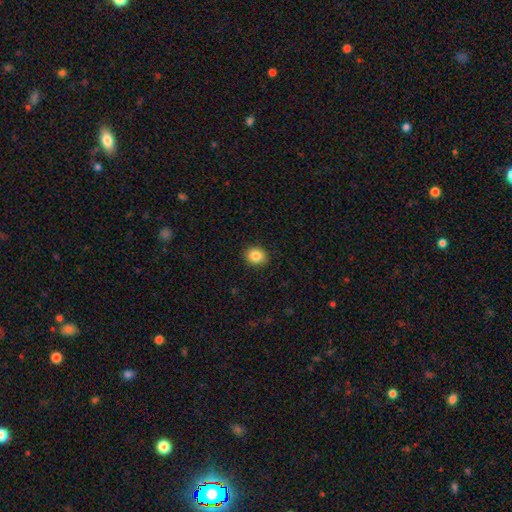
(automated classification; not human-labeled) smooth_or_featured: smooth (p=0.85) [alt: star or artifact p=0.09]
how_rounded: round (p=0.65) [alt: in between p=0.34]
merging: none (p=0.91) [alt: minor disturbance p=0.06]